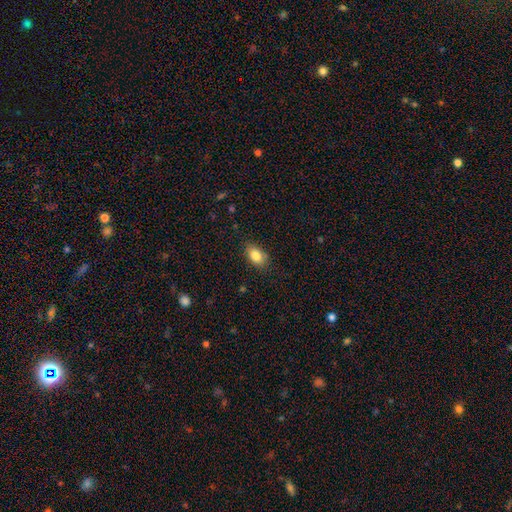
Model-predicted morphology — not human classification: Smooth or featured: smooth — 84% (star or artifact — 8%)
How rounded: in between — 86% (round — 12%)
Merging: none — 84% (minor disturbance — 12%)